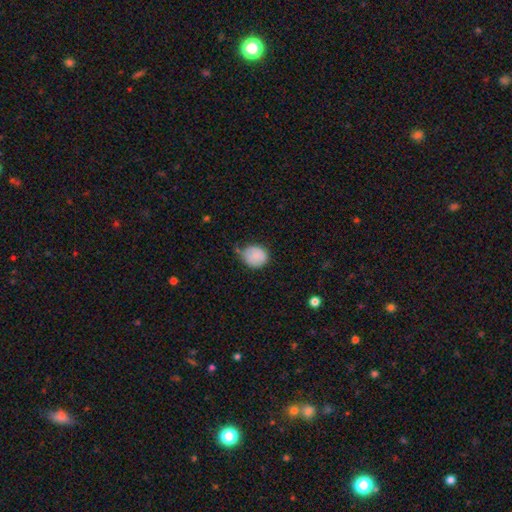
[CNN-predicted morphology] A smooth galaxy with no disk features (85%) that is round (75%).

Vote fractions:
- Smooth or featured? smooth: 85% / star or artifact: 8% / featured or disk: 7%
- How rounded? round: 75% / in between: 24% / cigar-shaped: 1%
- Merging? none: 51% / minor disturbance: 37% / major disturbance: 7% / merger: 4%